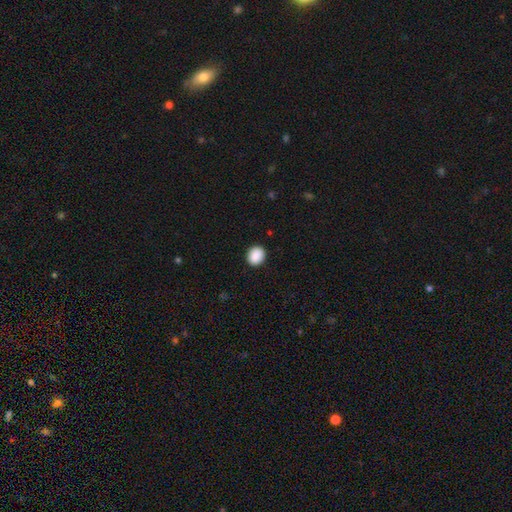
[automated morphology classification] smooth-or-featured: smooth: 90% | star or artifact: 7% | featured or disk: 3%
  how-rounded: round: 64% | in between: 35% | cigar-shaped: 1%
  merging: none: 90% | minor disturbance: 7% | major disturbance: 2% | merger: 1%